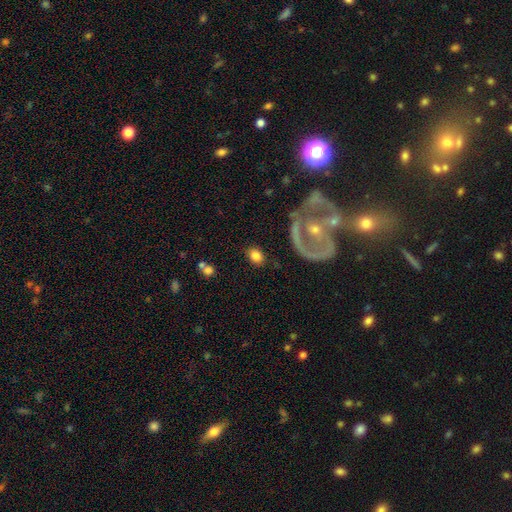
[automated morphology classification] smooth 78%, featured or disk 14%, star or artifact 7%. Down the decision tree: how rounded — in between (66%); merging — none (81%).